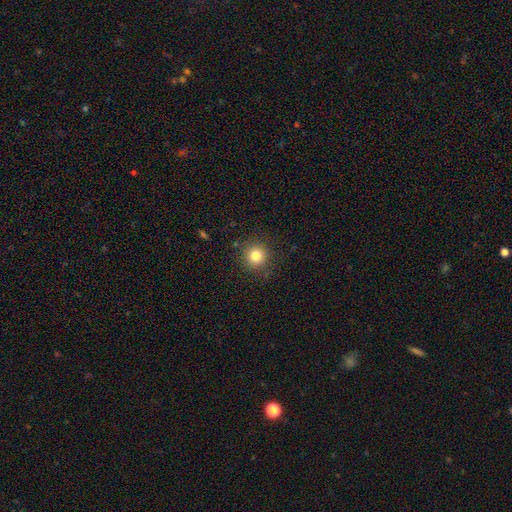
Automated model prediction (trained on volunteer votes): Morphology: type=smooth (82%); roundness=round (94%); merging=none (88%).